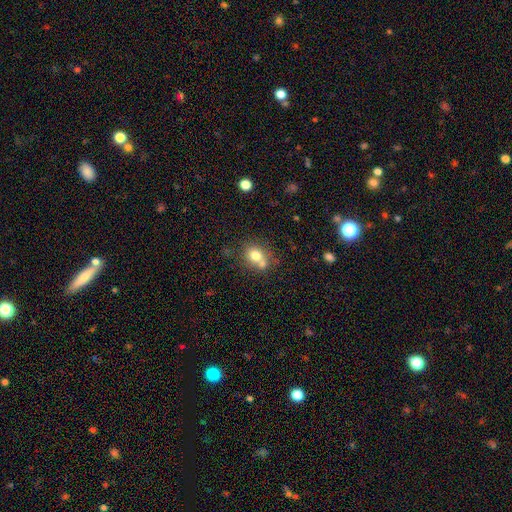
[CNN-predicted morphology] smooth-or-featured: smooth: 74% | featured or disk: 15% | star or artifact: 11%
  how-rounded: round: 65% | in between: 34% | cigar-shaped: 1%
  merging: none: 46% | merger: 38% | minor disturbance: 12% | major disturbance: 5%